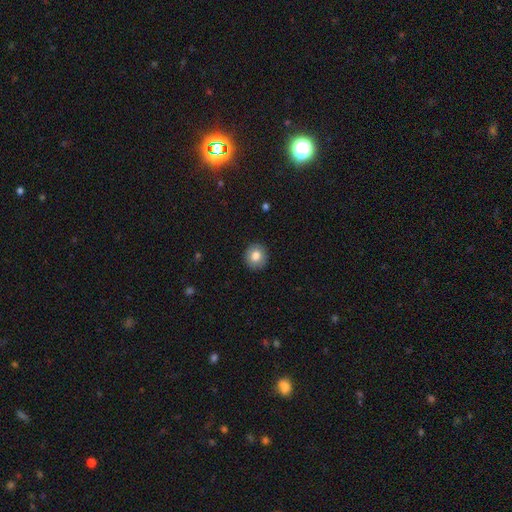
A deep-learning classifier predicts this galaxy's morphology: type=smooth (81%); roundness=round (85%); merging=none (90%).